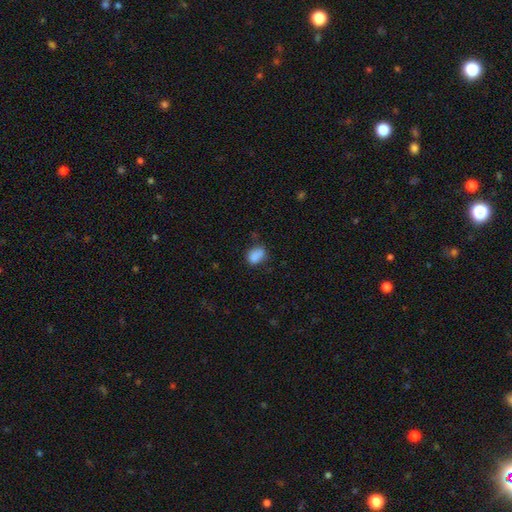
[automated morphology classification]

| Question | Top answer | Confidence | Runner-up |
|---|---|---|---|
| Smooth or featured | smooth | 85% | star or artifact (10%) |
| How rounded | in between | 74% | round (24%) |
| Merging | none | 62% | minor disturbance (26%) |